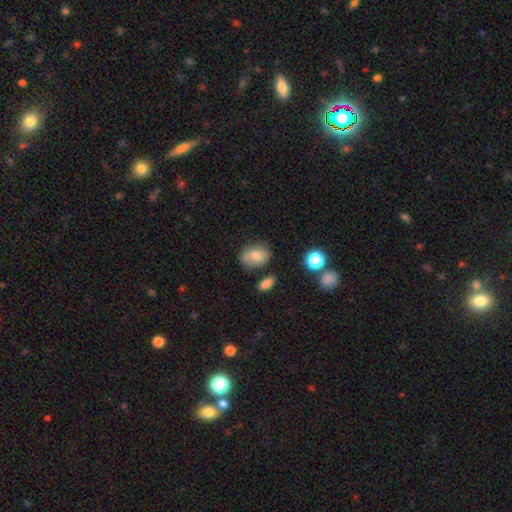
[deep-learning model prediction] A smooth galaxy with no disk features (72%) that is in between round and cigar-shaped (69%).

Vote fractions:
- Smooth or featured? smooth: 72% / featured or disk: 18% / star or artifact: 10%
- How rounded? in between: 69% / round: 30% / cigar-shaped: 1%
- Merging? none: 71% / minor disturbance: 19% / merger: 5% / major disturbance: 5%